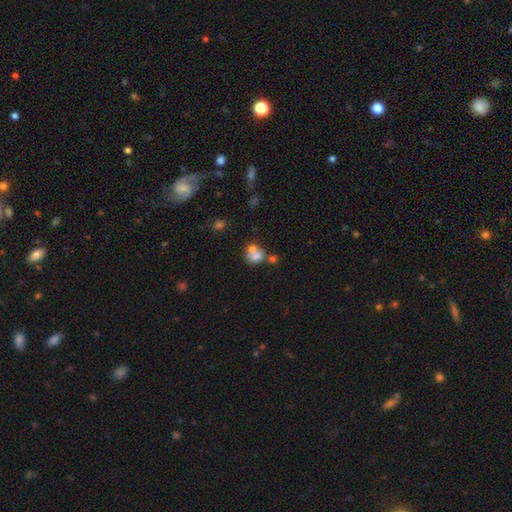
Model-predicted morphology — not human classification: Smooth or featured? Predicted: smooth (p=0.68). How rounded? Predicted: round (p=0.59). Merging? Predicted: merger (p=0.59).